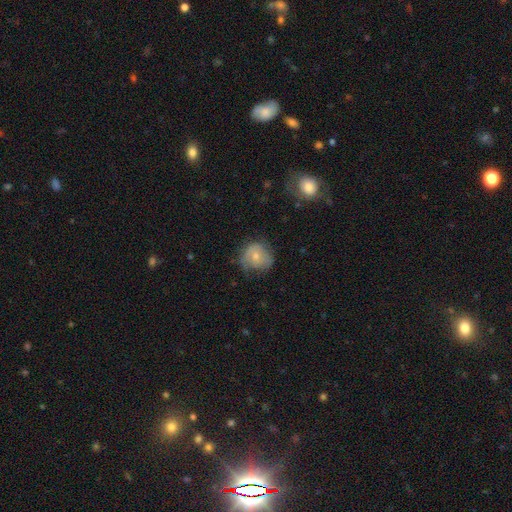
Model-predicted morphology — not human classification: Overall: smooth (59%; featured or disk 33%). How rounded: round (78%). Merging: none (57%; minor disturbance 30%).